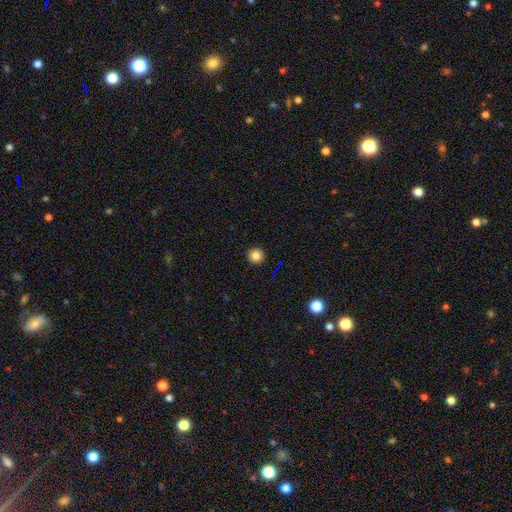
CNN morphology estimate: A smooth galaxy with no disk features (83%) that is round (96%). Merging: none (93%).